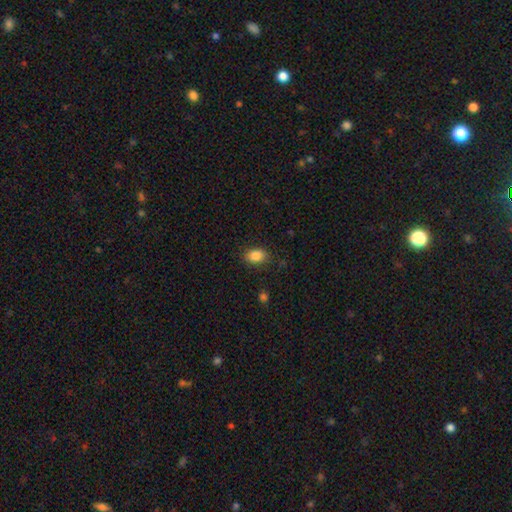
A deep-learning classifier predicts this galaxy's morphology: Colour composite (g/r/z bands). It shows a smooth galaxy with no disk features (86%) that is in between round and cigar-shaped (80%). Merging: none (84%).